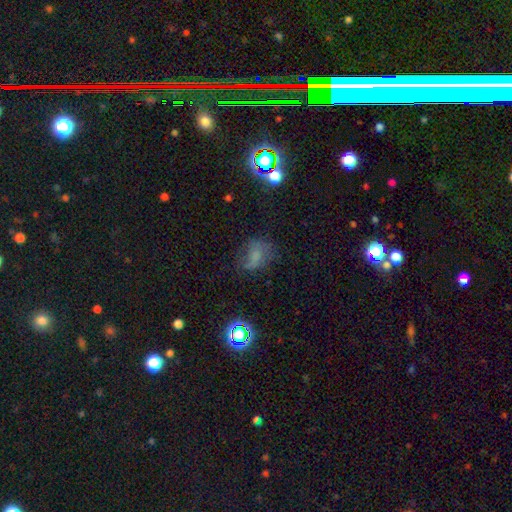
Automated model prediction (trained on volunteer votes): The model was most divided on "merging": none: 46%, minor disturbance: 26%, major disturbance: 25%, merger: 3%. More confident: how rounded — in between (60%); smooth or featured — smooth (51%).